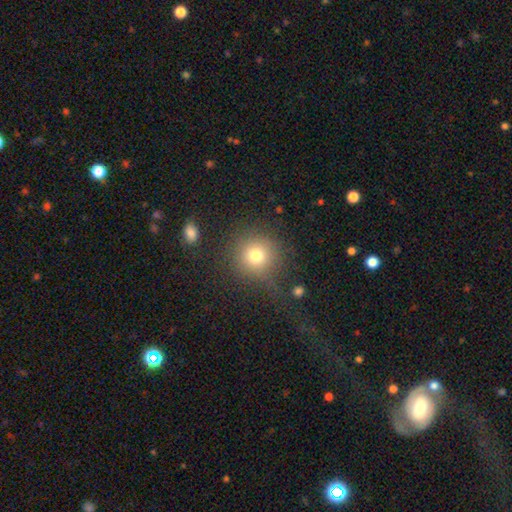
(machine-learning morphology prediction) Smooth or featured?
  - smooth: 75% *
  - star or artifact: 15%
  - featured or disk: 10%
How rounded?
  - round: 93% *
  - in between: 6%
  - cigar-shaped: 1%
Merging?
  - none: 79% *
  - minor disturbance: 11%
  - major disturbance: 7%
  - merger: 3%